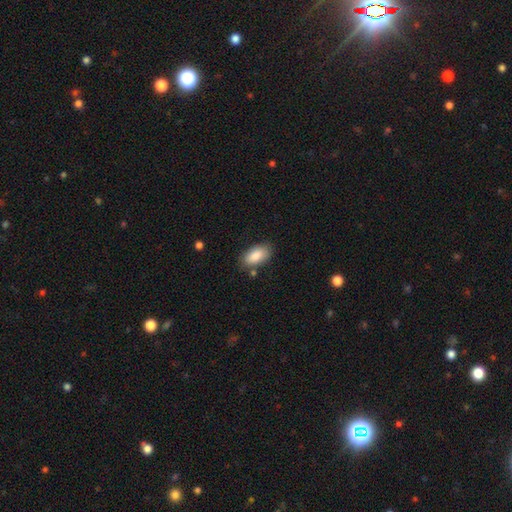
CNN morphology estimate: Smooth or featured? Predicted: smooth (p=0.87). How rounded? Predicted: in between (p=0.93). Merging? Predicted: none (p=0.79).